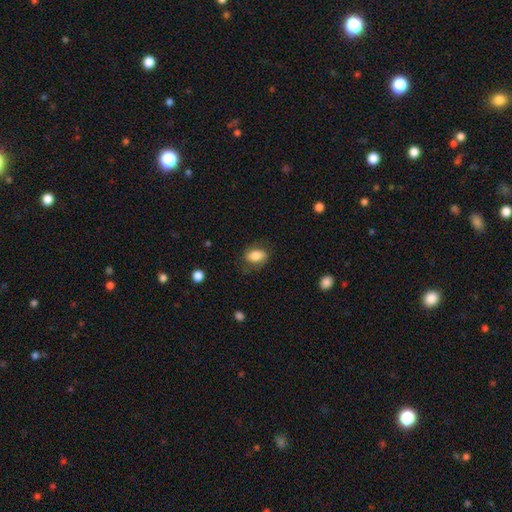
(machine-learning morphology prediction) Smooth or featured?
  - smooth: 75% *
  - featured or disk: 17%
  - star or artifact: 8%
How rounded?
  - in between: 81% *
  - round: 18%
  - cigar-shaped: 2%
Merging?
  - none: 66% *
  - minor disturbance: 22%
  - major disturbance: 11%
  - merger: 1%